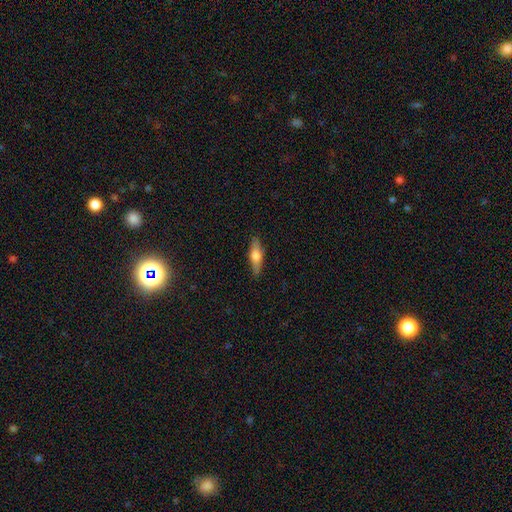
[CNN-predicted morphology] type=smooth (47%, tied with featured or disk); merging=none (87%).